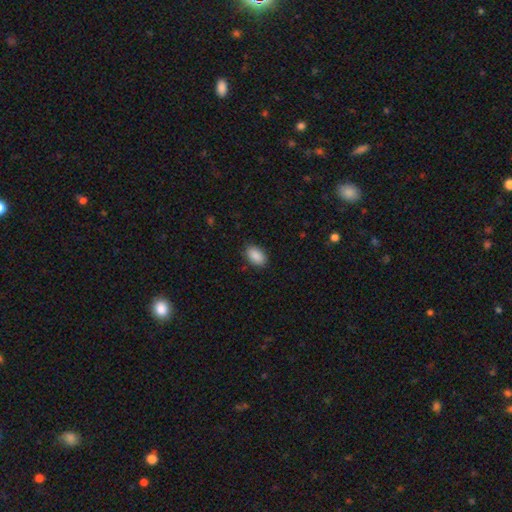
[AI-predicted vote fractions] smooth 90%, star or artifact 7%, featured or disk 3%. Down the decision tree: how rounded — in between (92%); merging — none (86%).